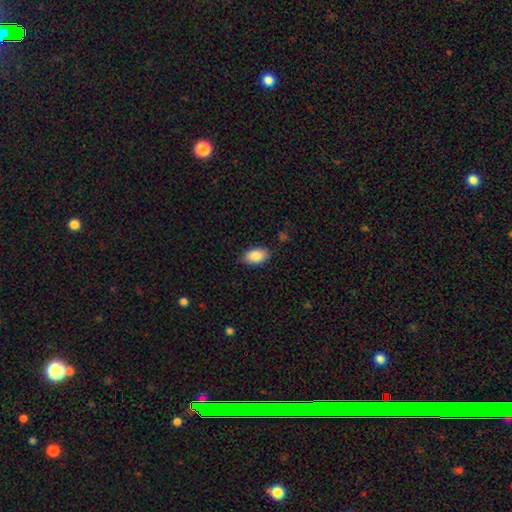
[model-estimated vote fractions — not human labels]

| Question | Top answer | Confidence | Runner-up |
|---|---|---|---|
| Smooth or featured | smooth | 88% | star or artifact (7%) |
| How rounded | in between | 93% | round (6%) |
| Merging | none | 84% | minor disturbance (12%) |